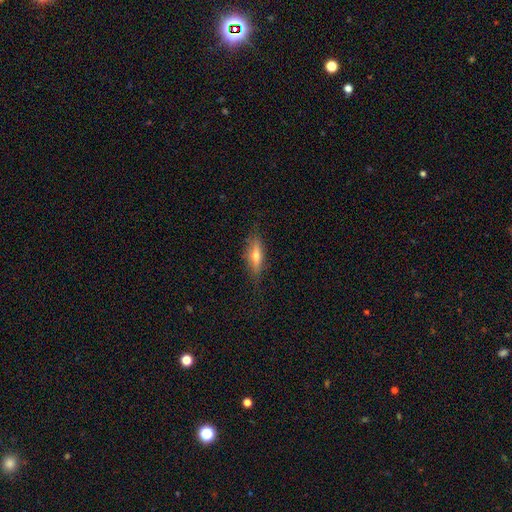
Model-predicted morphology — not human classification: Smooth or featured?
  - smooth: 50% *
  - featured or disk: 42%
  - star or artifact: 8%
How rounded?
  - cigar-shaped: 59% *
  - in between: 38%
  - round: 3%
Merging?
  - none: 80% *
  - minor disturbance: 15%
  - major disturbance: 4%
  - merger: 1%